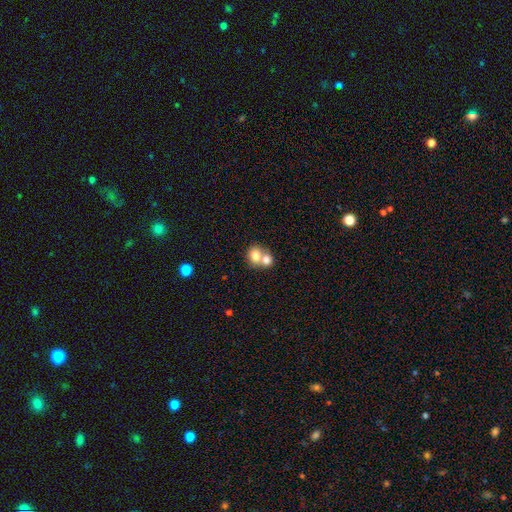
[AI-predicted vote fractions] Smooth or featured?
  - smooth: 75% *
  - featured or disk: 15%
  - star or artifact: 9%
How rounded?
  - round: 62% *
  - in between: 37%
  - cigar-shaped: 1%
Merging?
  - merger: 64% *
  - none: 28%
  - minor disturbance: 6%
  - major disturbance: 3%